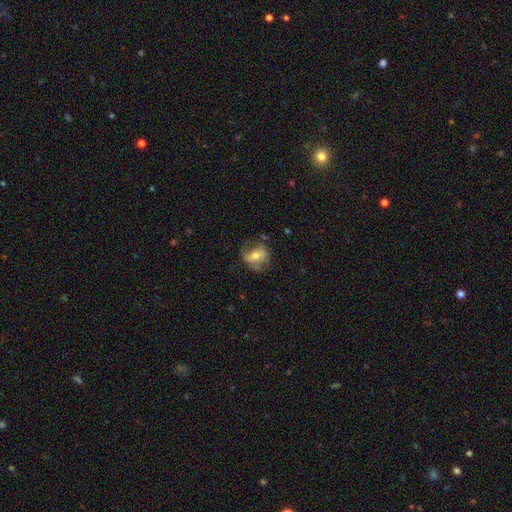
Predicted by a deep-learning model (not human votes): smooth-or-featured: smooth: 48% | featured or disk: 44% | star or artifact: 9%
  merging: none: 55% | minor disturbance: 25% | major disturbance: 18% | merger: 2%